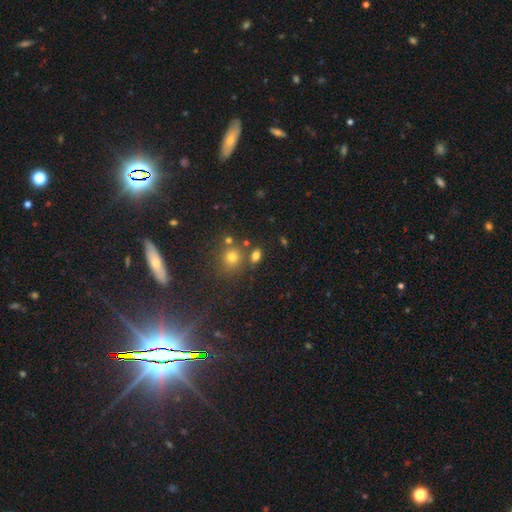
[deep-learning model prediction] smooth-or-featured: smooth: 74% | star or artifact: 17% | featured or disk: 9%
  how-rounded: in between: 64% | round: 33% | cigar-shaped: 3%
  merging: none: 69% | merger: 15% | minor disturbance: 11% | major disturbance: 4%